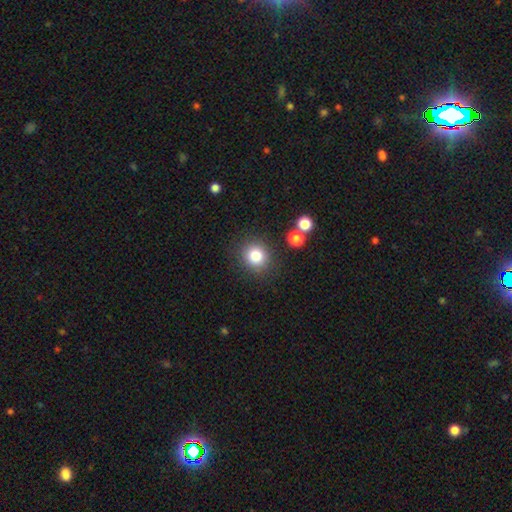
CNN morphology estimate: Q: Smooth or featured?
A: smooth (81%); runner-up: star or artifact (11%)
Q: How rounded?
A: round (87%); runner-up: in between (12%)
Q: Merging?
A: none (85%); runner-up: minor disturbance (8%)